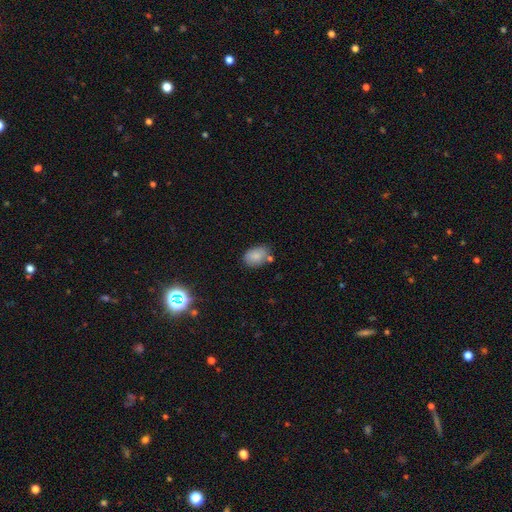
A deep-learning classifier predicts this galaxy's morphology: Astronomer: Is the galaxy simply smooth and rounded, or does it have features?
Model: smooth — 83%.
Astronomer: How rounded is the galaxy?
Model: in between — 81%.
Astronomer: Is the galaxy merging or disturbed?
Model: none — 65%.